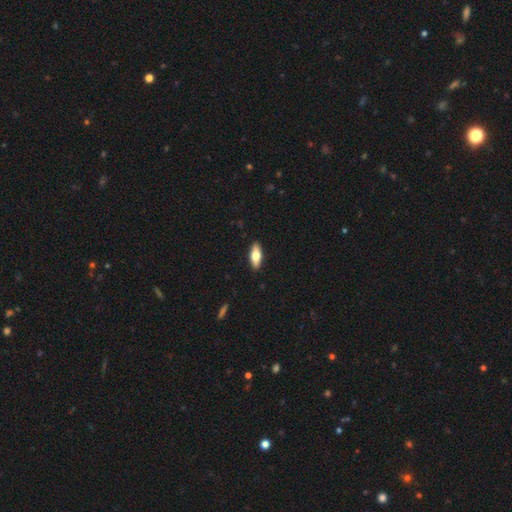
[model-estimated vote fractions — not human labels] smooth 67%, featured or disk 27%, star or artifact 6%. Down the decision tree: how rounded — in between (74%); merging — none (91%).